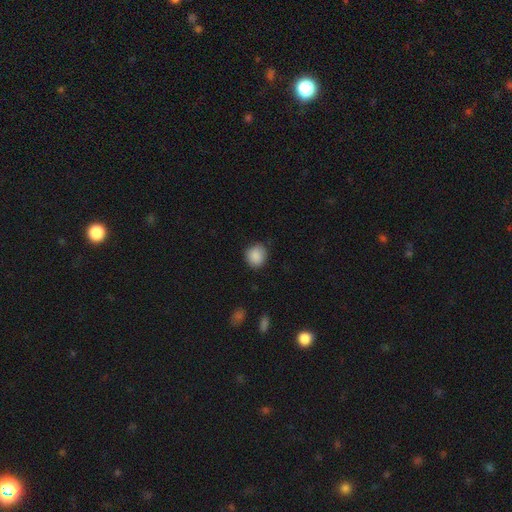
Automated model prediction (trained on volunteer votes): The model was most divided on "how rounded": round: 80%, in between: 19%, cigar-shaped: 1%. More confident: smooth or featured — smooth (88%); merging — none (81%).